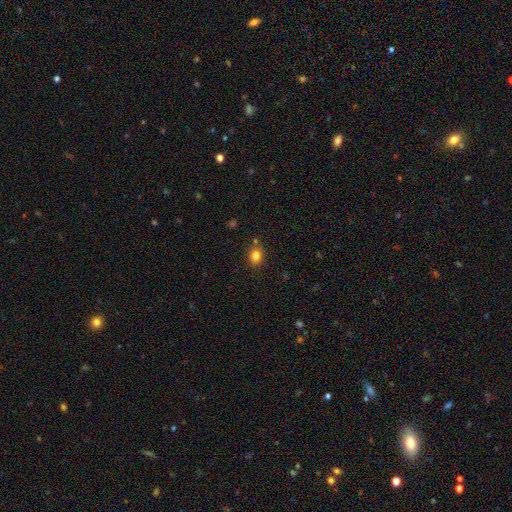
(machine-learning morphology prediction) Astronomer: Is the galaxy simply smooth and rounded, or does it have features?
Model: smooth — 82%.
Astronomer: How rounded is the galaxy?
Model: in between — 50% (runner-up: round, 49%).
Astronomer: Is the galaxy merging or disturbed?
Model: none — 82%.